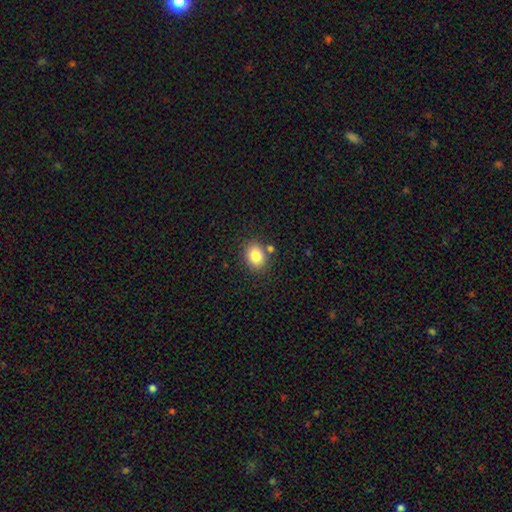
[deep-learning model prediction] This appears to be a smooth galaxy with no disk features (83%) that is round (52%). Merging: none (80%).